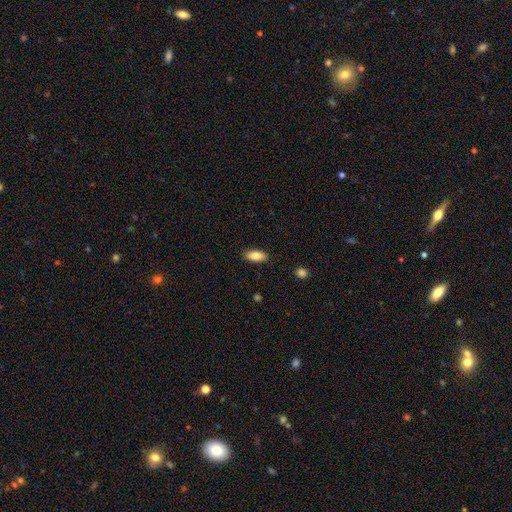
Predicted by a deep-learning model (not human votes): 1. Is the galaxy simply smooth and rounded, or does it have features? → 81% smooth, 12% featured or disk, 7% star or artifact.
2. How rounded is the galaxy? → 82% in between, 15% cigar-shaped, 2% round.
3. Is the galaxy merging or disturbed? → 89% none, 9% minor disturbance, 2% major disturbance, 1% merger.